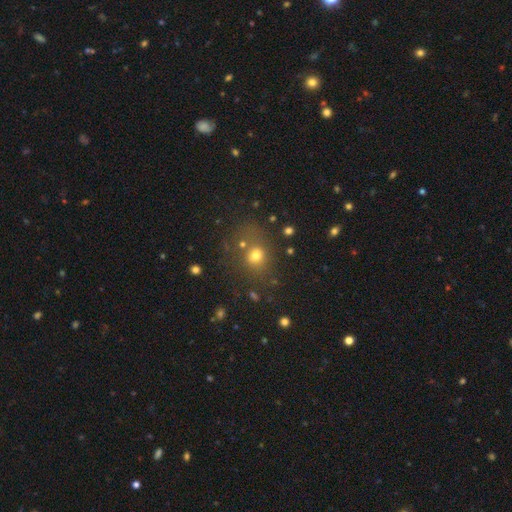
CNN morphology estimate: Overall: smooth (69%). How rounded: round (75%). Merging: none (68%).